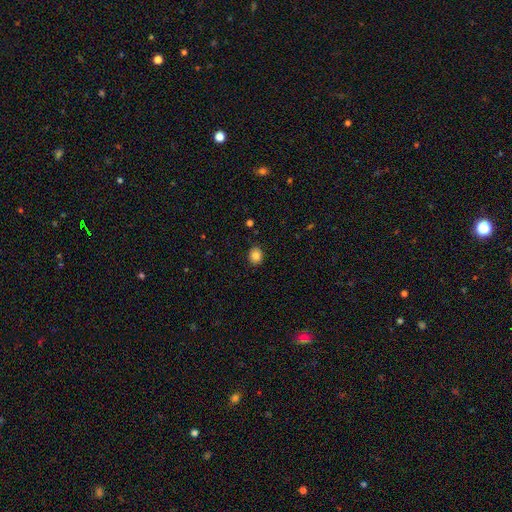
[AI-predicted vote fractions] Smooth or featured: smooth — 84% (star or artifact — 10%)
How rounded: round — 71% (in between — 28%)
Merging: none — 88% (minor disturbance — 9%)